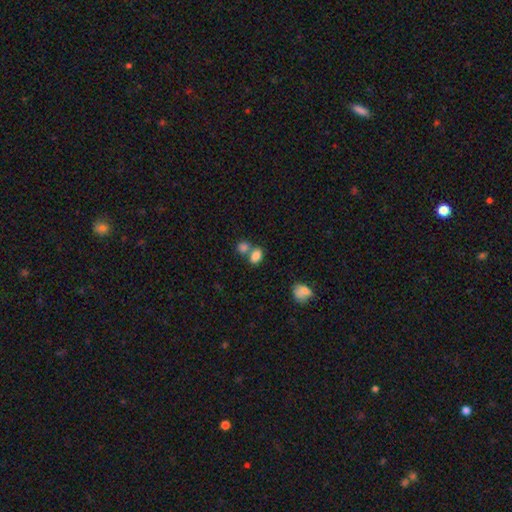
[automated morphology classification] smooth-or-featured: smooth: 83% | star or artifact: 10% | featured or disk: 7%
  how-rounded: in between: 78% | round: 21% | cigar-shaped: 2%
  merging: merger: 43% (tied) | none: 43% (tied) | minor disturbance: 10% | major disturbance: 4%